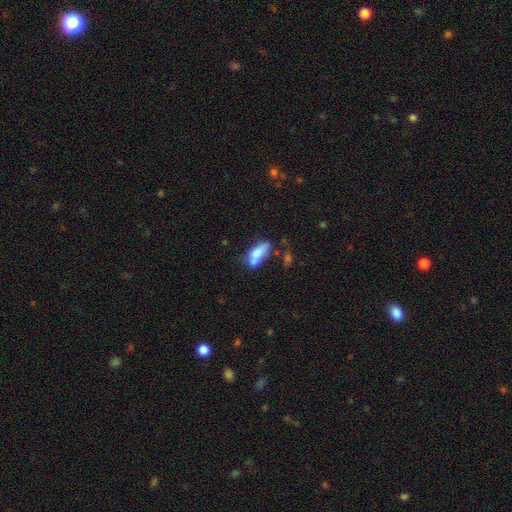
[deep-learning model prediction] This is likely a smooth galaxy (68%). How rounded: likely in between (74%). Merging: marginally none (37%).